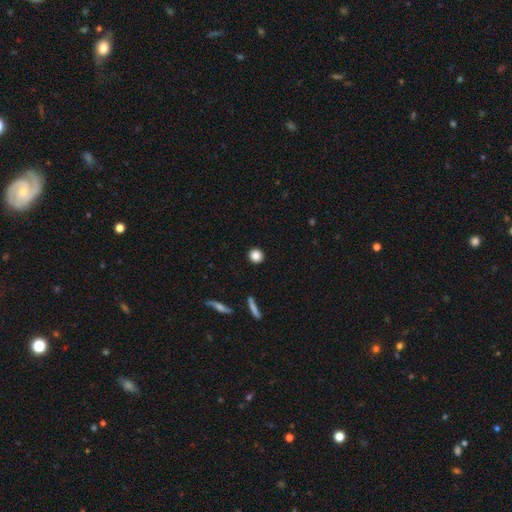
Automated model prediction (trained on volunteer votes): Overall: smooth (86%). How rounded: round (92%). Merging: none (92%).